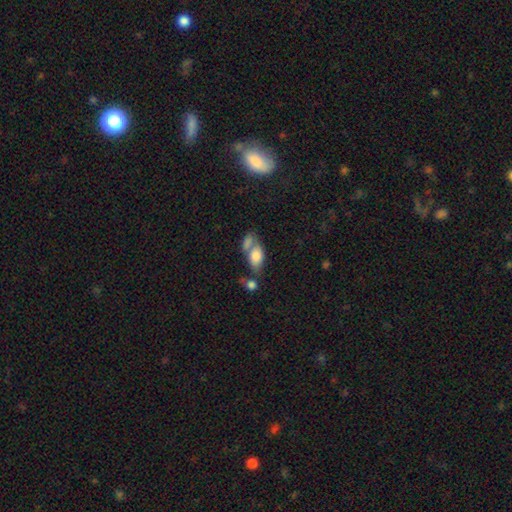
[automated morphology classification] smooth-or-featured: smooth: 77% | featured or disk: 16% | star or artifact: 8%
  how-rounded: in between: 89% | round: 6% | cigar-shaped: 4%
  merging: merger: 48% | none: 30% | minor disturbance: 14% | major disturbance: 8%